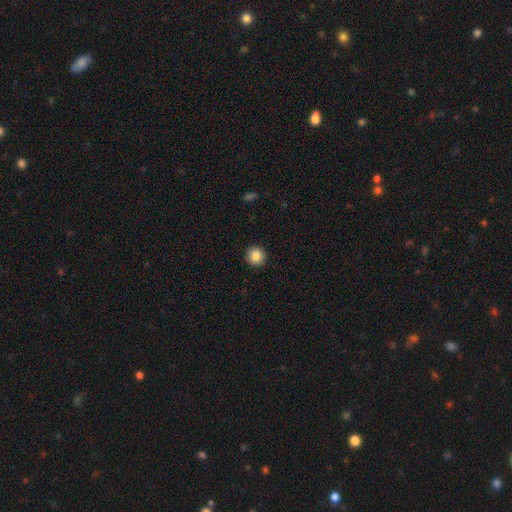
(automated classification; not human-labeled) smooth 85%, star or artifact 9%, featured or disk 6%. Down the decision tree: how rounded — round (94%); merging — none (92%).